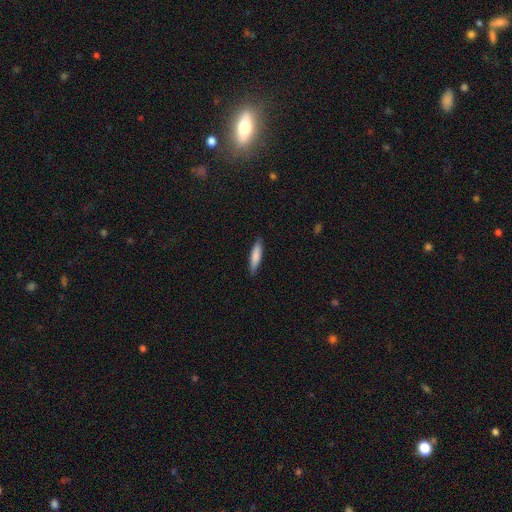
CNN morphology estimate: Overall: smooth (81%). How rounded: cigar-shaped (79%). Merging: none (87%).